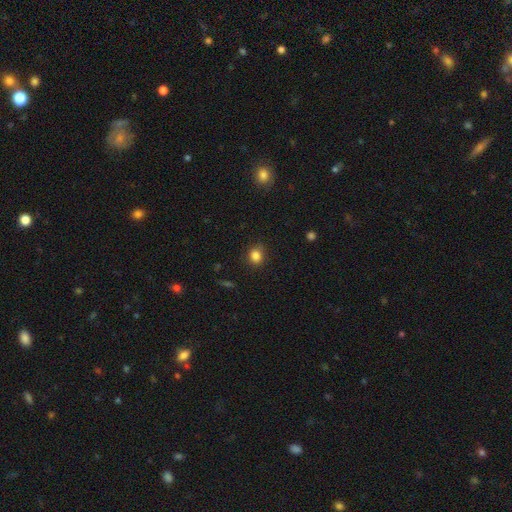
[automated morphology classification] This is clearly a smooth galaxy (84%). How rounded: likely round (71%). Merging: clearly none (86%).